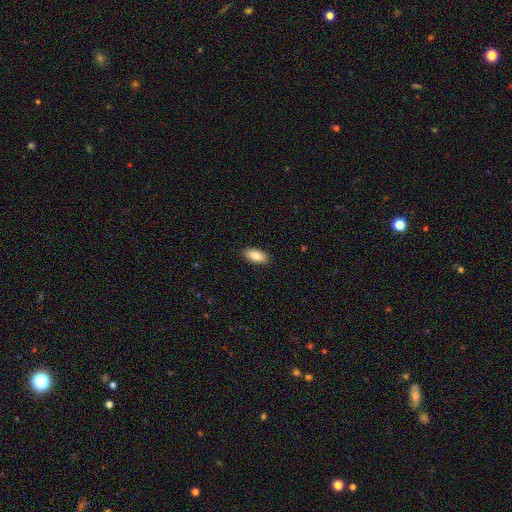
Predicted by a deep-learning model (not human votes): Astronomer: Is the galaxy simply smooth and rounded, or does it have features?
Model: smooth — 85%.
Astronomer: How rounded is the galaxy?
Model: in between — 91%.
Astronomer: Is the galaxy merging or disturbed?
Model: none — 89%.